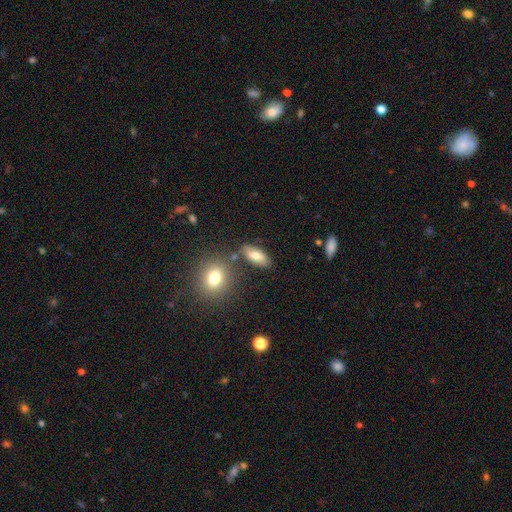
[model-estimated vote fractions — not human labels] Overall: smooth (74%). How rounded: in between (83%). Merging: none (77%).